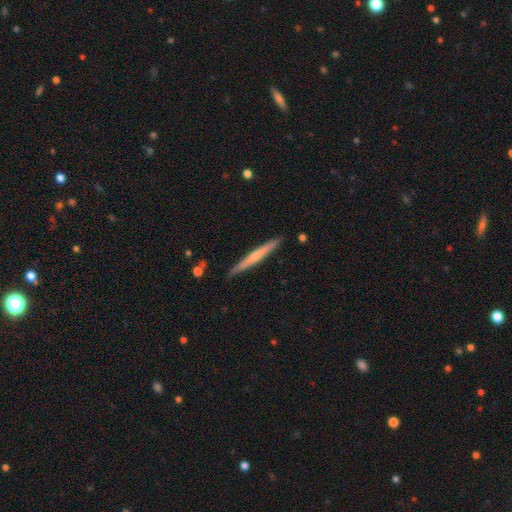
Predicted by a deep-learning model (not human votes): featured or disk 48%, smooth 47%, star or artifact 5%. Down the decision tree: merging — none (89%).